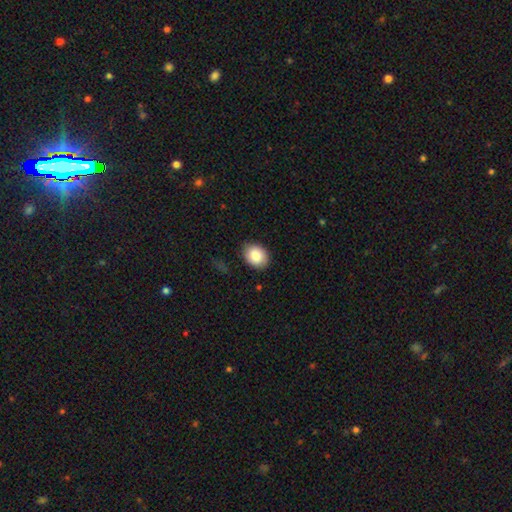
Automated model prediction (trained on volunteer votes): Q: Smooth or featured?
A: smooth (86%); runner-up: star or artifact (7%)
Q: How rounded?
A: in between (56%); runner-up: round (44%)
Q: Merging?
A: none (84%); runner-up: minor disturbance (12%)